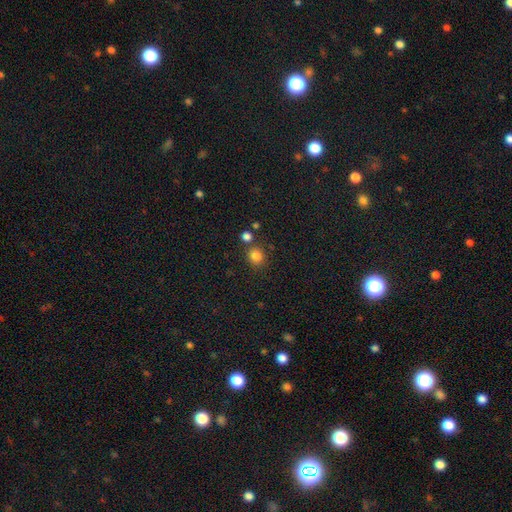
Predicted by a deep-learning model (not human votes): This is clearly a smooth galaxy (83%). How rounded: clearly round (83%). Merging: likely none (78%).